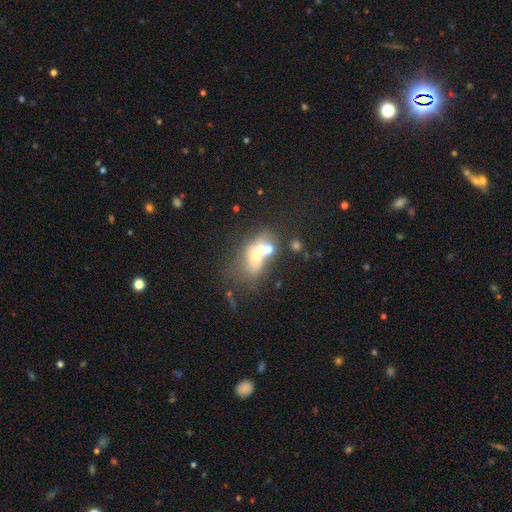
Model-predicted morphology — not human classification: This is possibly a smooth galaxy (46%). Merging: possibly merger (51%).